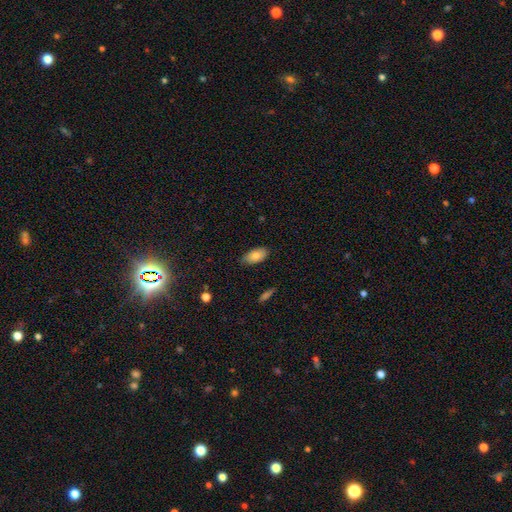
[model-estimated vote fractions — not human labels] Smooth or featured? Predicted: smooth (p=0.79). How rounded? Predicted: in between (p=0.94). Merging? Predicted: none (p=0.81).